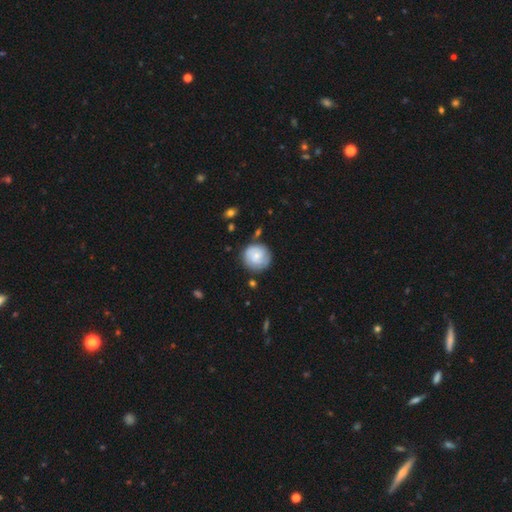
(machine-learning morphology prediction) This appears to be a smooth galaxy with no disk features (63%) that is round (93%). Merging: none (75%).